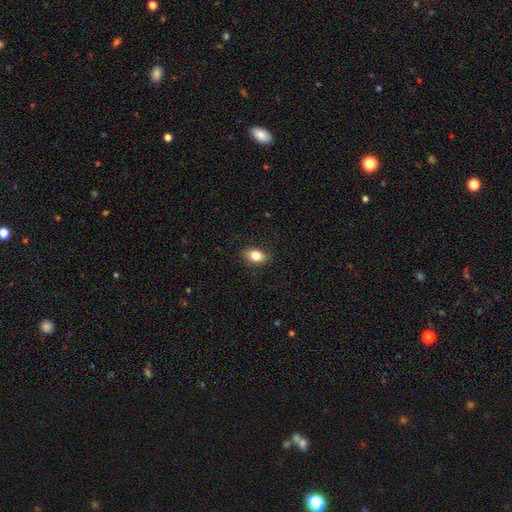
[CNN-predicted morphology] Smooth or featured: smooth — 81% (featured or disk — 11%)
How rounded: in between — 81% (round — 17%)
Merging: none — 86% (minor disturbance — 11%)